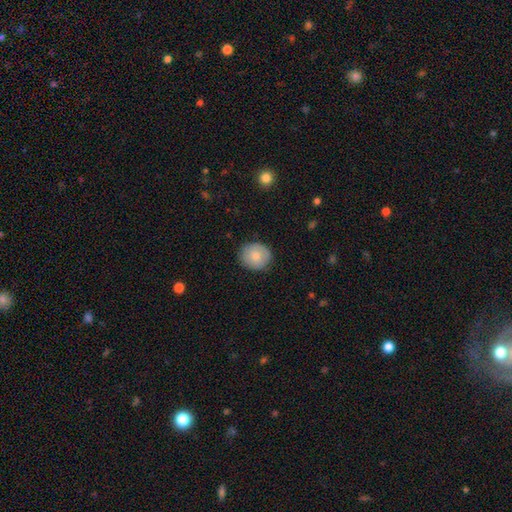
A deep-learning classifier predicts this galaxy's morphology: This appears to be a smooth galaxy with no disk features (75%) that is round (83%). Merging: none (84%).